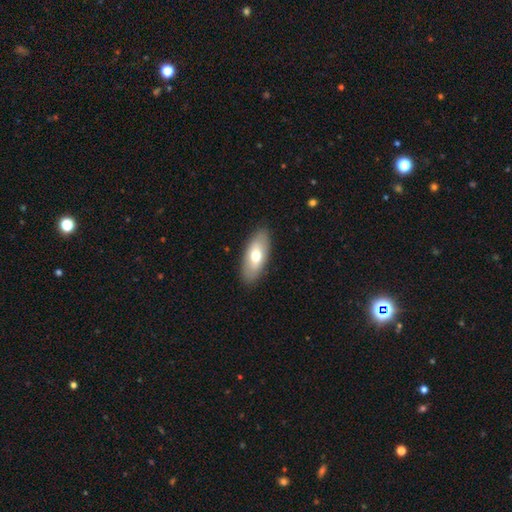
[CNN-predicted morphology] smooth-or-featured: smooth: 66% | featured or disk: 28% | star or artifact: 6%
  how-rounded: in between: 85% | cigar-shaped: 12% | round: 3%
  merging: none: 88% | minor disturbance: 9% | major disturbance: 2% | merger: 1%